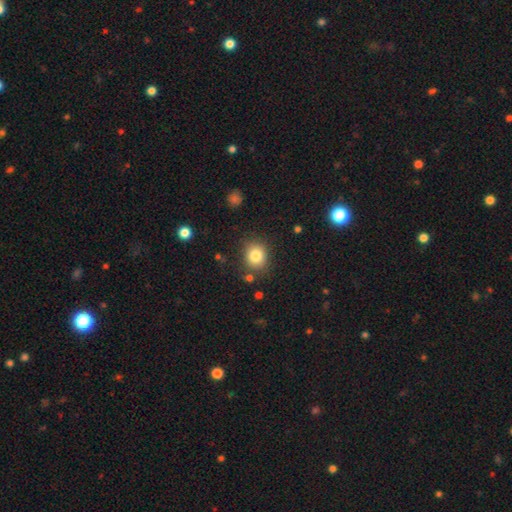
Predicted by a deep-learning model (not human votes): This is clearly a smooth galaxy (82%). How rounded: likely round (73%). Merging: clearly none (82%).